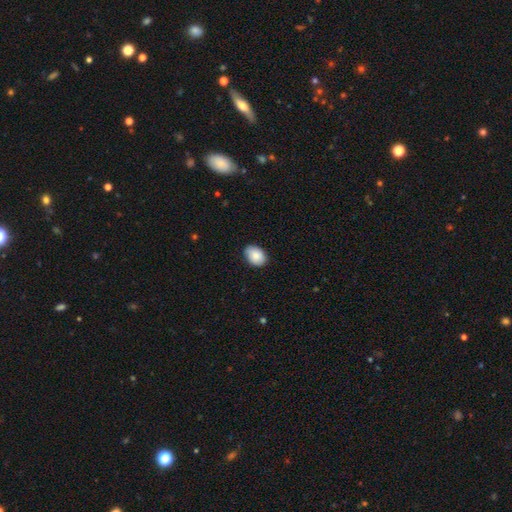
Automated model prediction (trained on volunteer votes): Smooth or featured? Predicted: smooth (p=0.87). How rounded? Predicted: in between (p=0.80). Merging? Predicted: none (p=0.85).